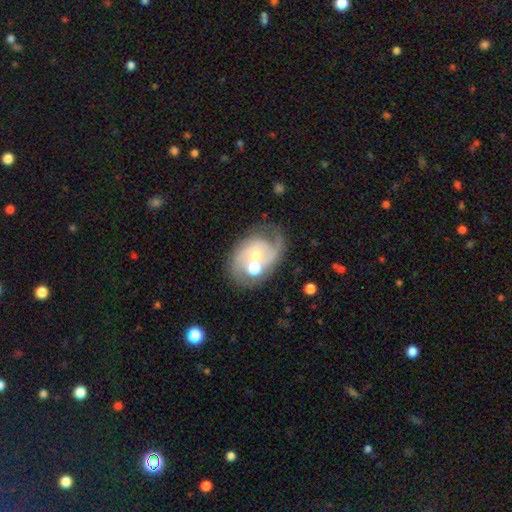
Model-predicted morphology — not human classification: smooth-or-featured: featured or disk: 74% | smooth: 19% | star or artifact: 8%
  disk-edge-on: no: 97% | yes: 3%
    bar: no: 67% | weak: 26% | strong: 6%
    has-spiral-arms: yes: 85% | no: 15%
      spiral-winding: medium: 48% | loose: 29% | tight: 23%
      spiral-arm-count: 2: 73% | 1: 15% | can't tell: 8% | 3: 2% | 4: 1% | more than 4: 1%
    bulge-size: moderate: 59% | small: 30% | large: 7% | none: 2% | dominant: 2%
  merging: none: 45% | merger: 23% | minor disturbance: 18% | major disturbance: 14%